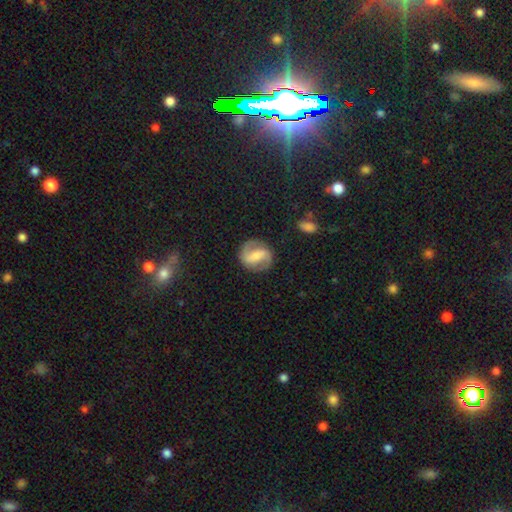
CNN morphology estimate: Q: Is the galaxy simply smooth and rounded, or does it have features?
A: featured or disk — 77%.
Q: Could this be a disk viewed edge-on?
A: no — 97%.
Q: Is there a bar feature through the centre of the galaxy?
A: strong — 54%.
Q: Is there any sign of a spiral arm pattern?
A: yes — 91%.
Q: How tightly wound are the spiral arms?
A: medium — 49%.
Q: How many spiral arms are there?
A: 2 — 91%.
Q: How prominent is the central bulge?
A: moderate — 39%.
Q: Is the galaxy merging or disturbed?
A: none — 84%.